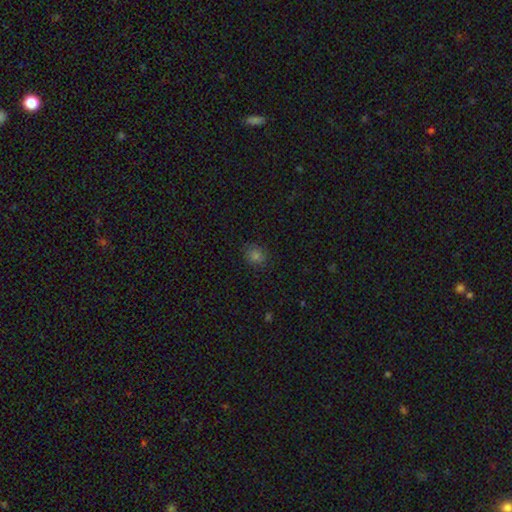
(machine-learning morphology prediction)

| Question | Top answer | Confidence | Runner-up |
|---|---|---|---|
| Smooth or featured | smooth | 77% | star or artifact (17%) |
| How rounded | round | 71% | in between (28%) |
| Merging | none | 86% | minor disturbance (10%) |